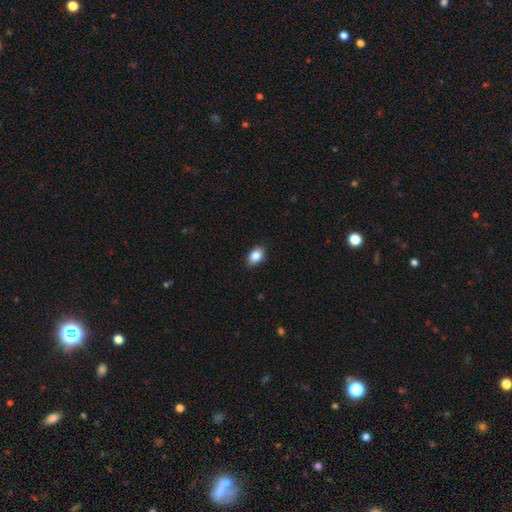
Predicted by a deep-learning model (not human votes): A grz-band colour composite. It shows a smooth galaxy with no disk features (87%) that is in between round and cigar-shaped (86%). Merging: none (87%).